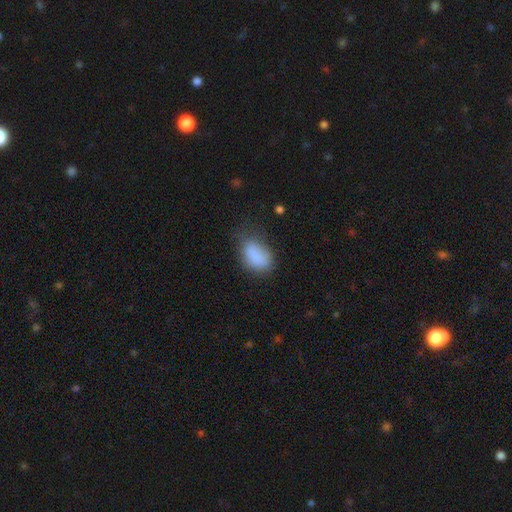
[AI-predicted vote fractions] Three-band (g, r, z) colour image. It shows a smooth galaxy with no disk features (83%) that is in between round and cigar-shaped (87%). Merging: none (50%).